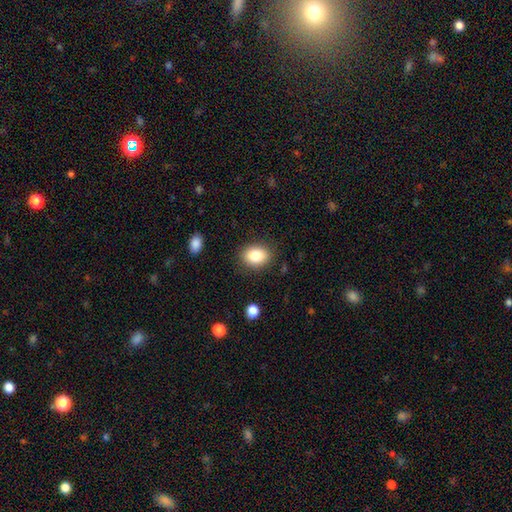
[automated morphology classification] smooth_or_featured: smooth (p=0.84) [alt: star or artifact p=0.09]
how_rounded: in between (p=0.62) [alt: round p=0.37]
merging: none (p=0.86) [alt: minor disturbance p=0.10]